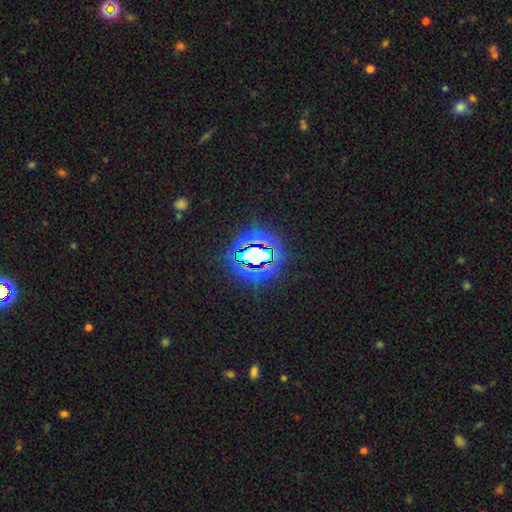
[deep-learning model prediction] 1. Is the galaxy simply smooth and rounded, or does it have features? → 69% star or artifact, 20% smooth, 11% featured or disk.